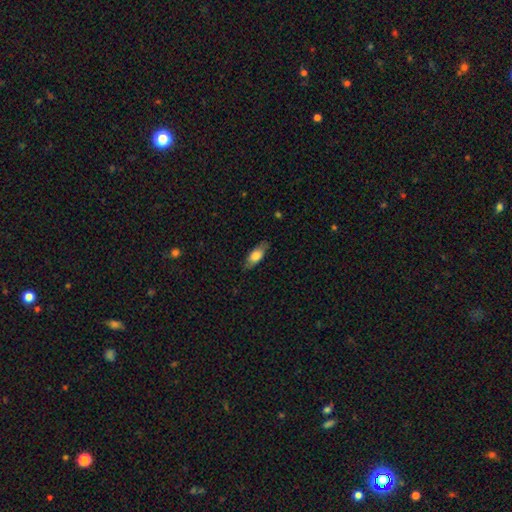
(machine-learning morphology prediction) type=smooth (70%); roundness=in between (75%); merging=none (80%).